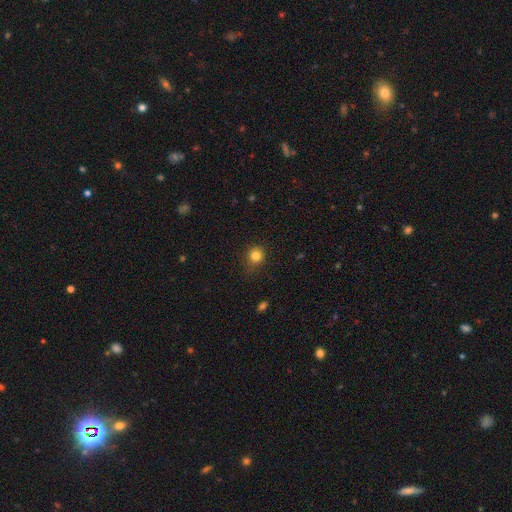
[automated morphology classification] smooth_or_featured: smooth (p=0.82) [alt: star or artifact p=0.13]
how_rounded: round (p=0.88) [alt: in between p=0.11]
merging: none (p=0.80) [alt: minor disturbance p=0.15]